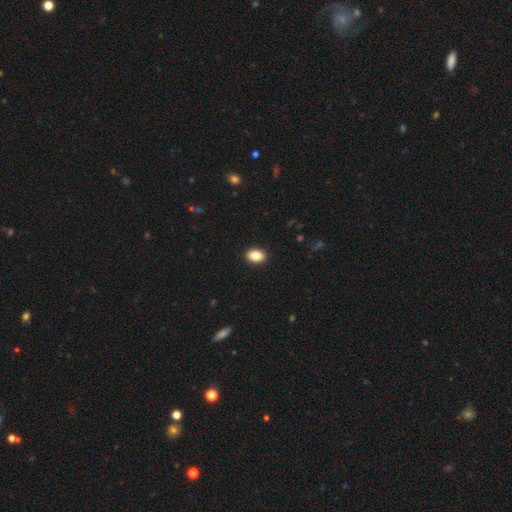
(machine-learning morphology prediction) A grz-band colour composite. It shows a smooth galaxy with no disk features (86%) that is in between round and cigar-shaped (82%). Merging: none (91%).